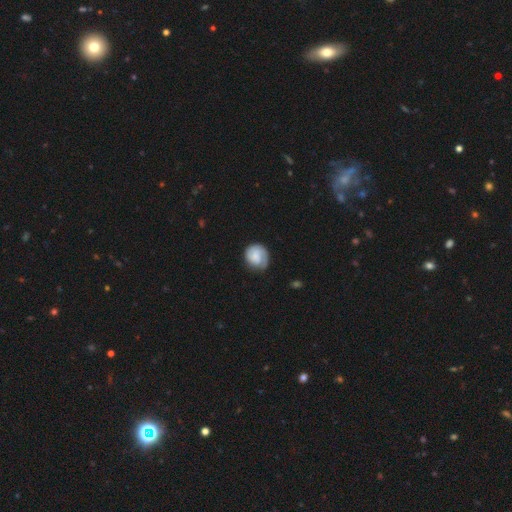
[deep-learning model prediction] A smooth galaxy with no disk features (48%).

Vote fractions:
- Smooth or featured? smooth: 48% / featured or disk: 45% / star or artifact: 7%
- Merging? none: 65% / minor disturbance: 23% / major disturbance: 10% / merger: 1%